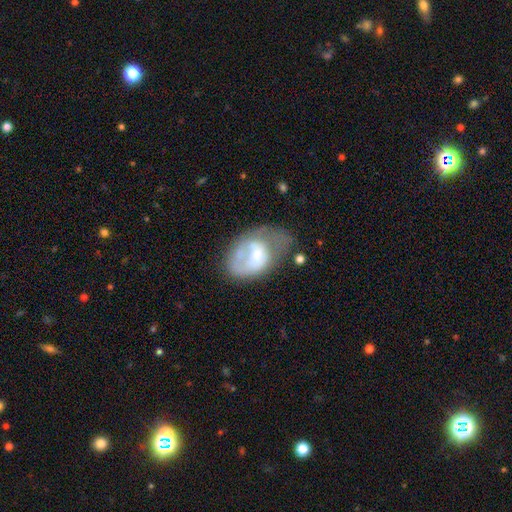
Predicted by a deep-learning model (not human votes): This appears to be a featured or disk galaxy (48%). Merging: none (33%).